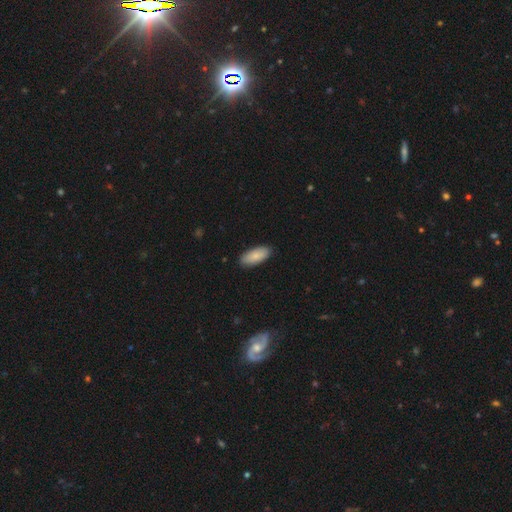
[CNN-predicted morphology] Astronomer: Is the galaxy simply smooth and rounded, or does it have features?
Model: smooth — 86%.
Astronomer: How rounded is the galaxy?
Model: in between — 85%.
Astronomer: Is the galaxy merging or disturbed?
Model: none — 89%.